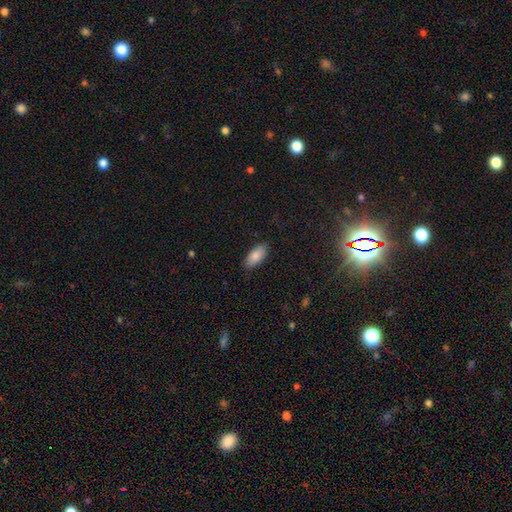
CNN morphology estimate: smooth-or-featured: smooth: 86% | featured or disk: 7% | star or artifact: 7%
  how-rounded: in between: 91% | cigar-shaped: 7% | round: 2%
  merging: none: 86% | minor disturbance: 11% | major disturbance: 2% | merger: 1%